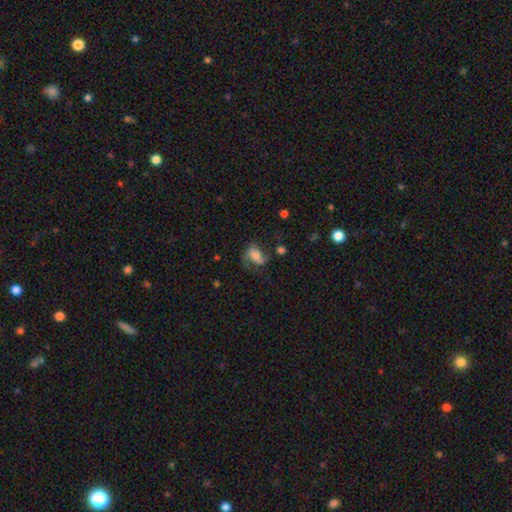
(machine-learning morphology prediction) Smooth or featured? smooth (52%)
How rounded? in between (76%)
Merging? none (44%)